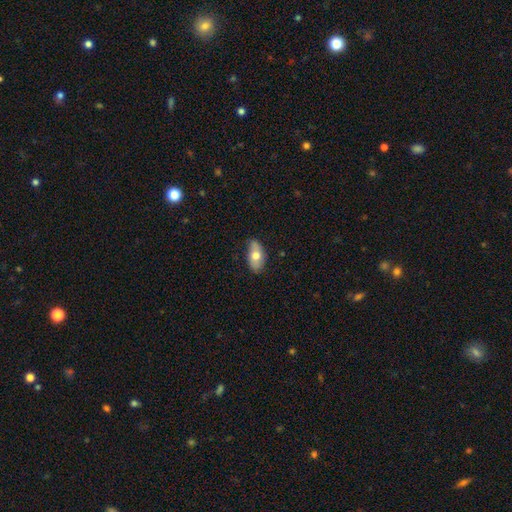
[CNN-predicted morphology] smooth-or-featured: smooth: 66% | featured or disk: 27% | star or artifact: 6%
  how-rounded: in between: 91% | round: 5% | cigar-shaped: 4%
  merging: none: 74% | minor disturbance: 21% | major disturbance: 3% | merger: 1%